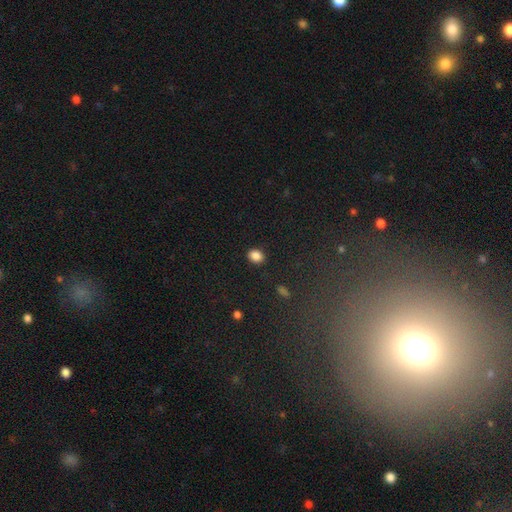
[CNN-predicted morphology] Smooth or featured? smooth (86%)
How rounded? in between (57%)
Merging? none (88%)